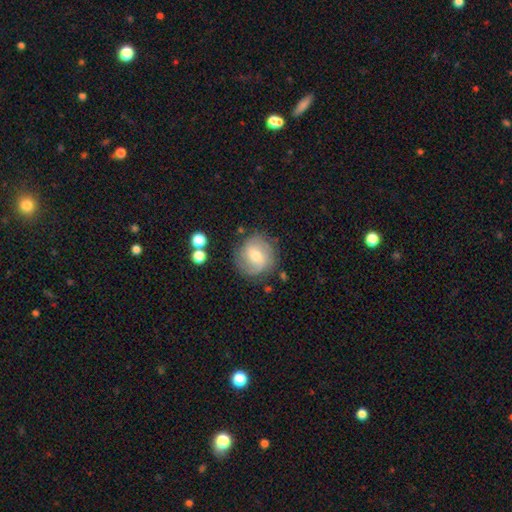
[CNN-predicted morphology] Smooth or featured? featured or disk (54%)
Edge-on disk? no (96%)
Bar? weak (55%)
Spiral arms? yes (80%)
Bulge size? moderate (62%)
Merging? none (75%)